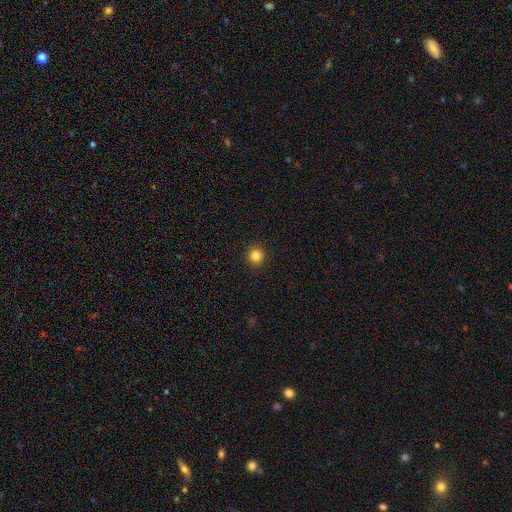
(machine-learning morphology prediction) type=smooth (84%); roundness=round (94%); merging=none (93%).